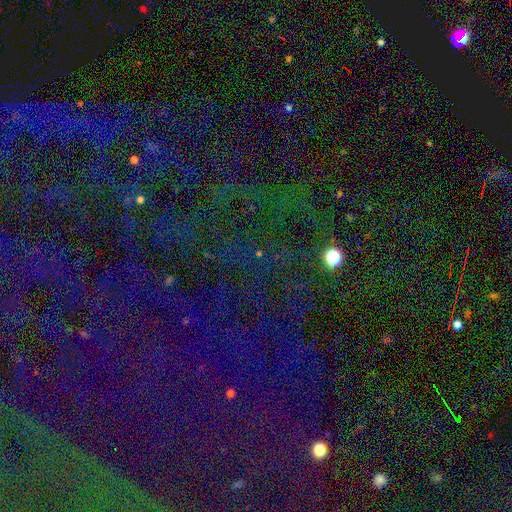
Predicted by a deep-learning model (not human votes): smooth-or-featured: star or artifact: 84% | smooth: 8% | featured or disk: 7%